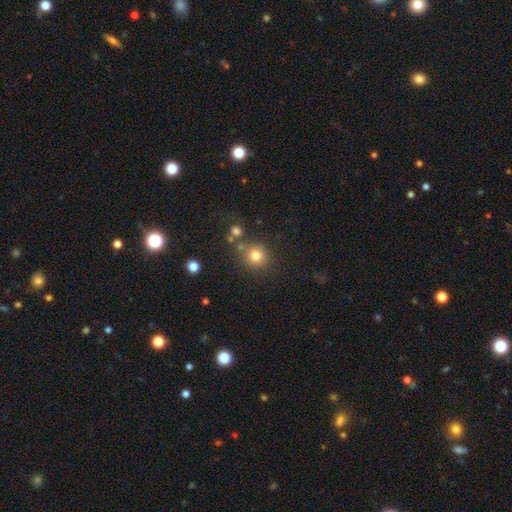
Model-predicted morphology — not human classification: This is likely a smooth galaxy (79%). How rounded: clearly round (92%). Merging: likely none (77%).